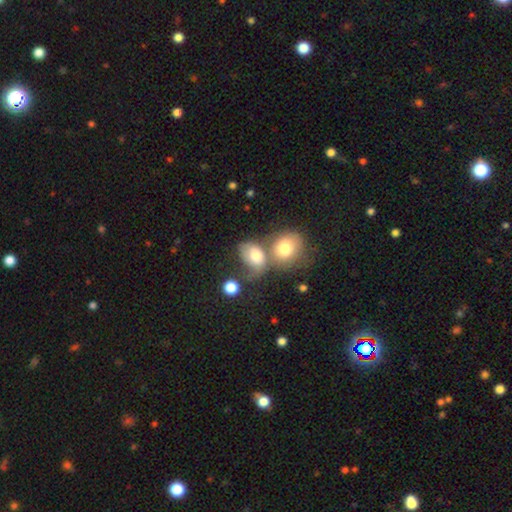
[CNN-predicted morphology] Smooth or featured? smooth (70%)
How rounded? in between (61%)
Merging? merger (52%)